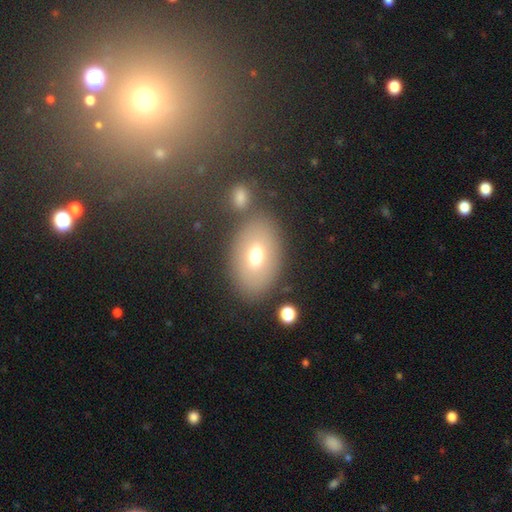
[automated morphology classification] smooth_or_featured: smooth (p=0.68) [alt: featured or disk p=0.23]
how_rounded: in between (p=0.85) [alt: round p=0.14]
merging: none (p=0.74) [alt: minor disturbance p=0.12]